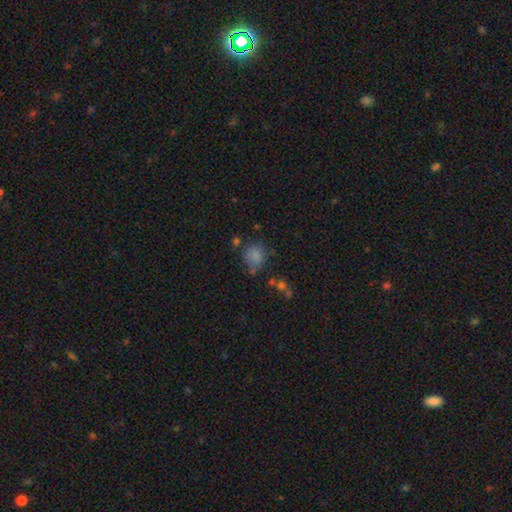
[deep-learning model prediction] Smooth or featured? smooth (70%)
How rounded? round (73%)
Merging? none (67%)